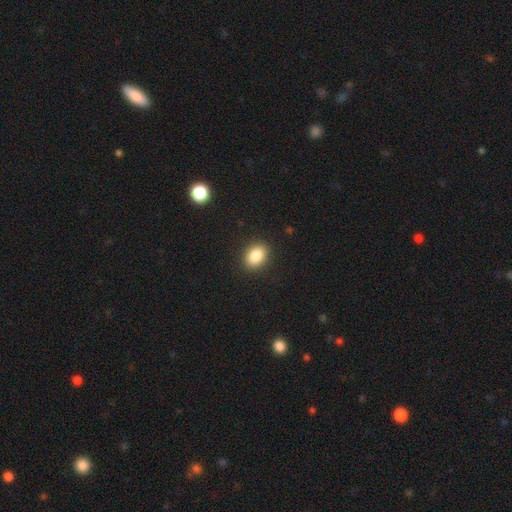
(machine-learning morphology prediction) Smooth or featured? Predicted: smooth (p=0.85). How rounded? Predicted: in between (p=0.70). Merging? Predicted: none (p=0.89).